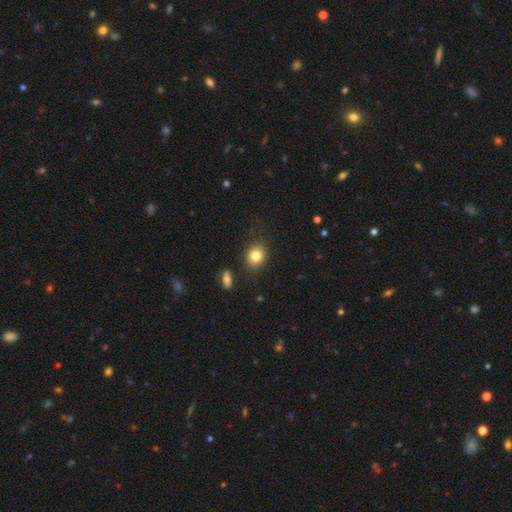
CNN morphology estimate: Smooth or featured? smooth (81%)
How rounded? round (60%)
Merging? none (81%)